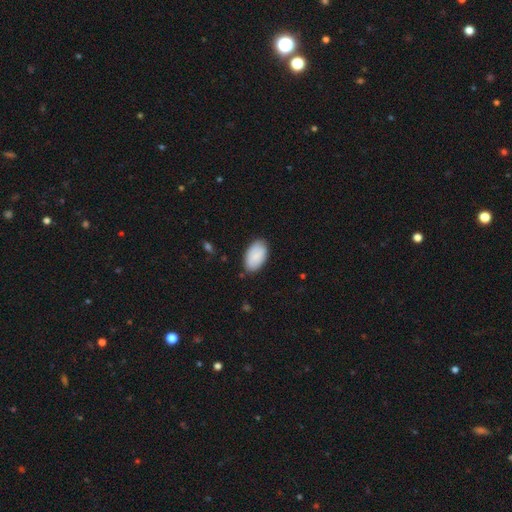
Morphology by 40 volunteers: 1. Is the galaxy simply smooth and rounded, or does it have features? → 92% smooth, 5% star or artifact, 2% featured or disk.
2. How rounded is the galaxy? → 97% in between, 3% round, 0% cigar-shaped.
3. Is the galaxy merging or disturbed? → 68% none, 26% minor disturbance, 5% major disturbance, 0% merger.